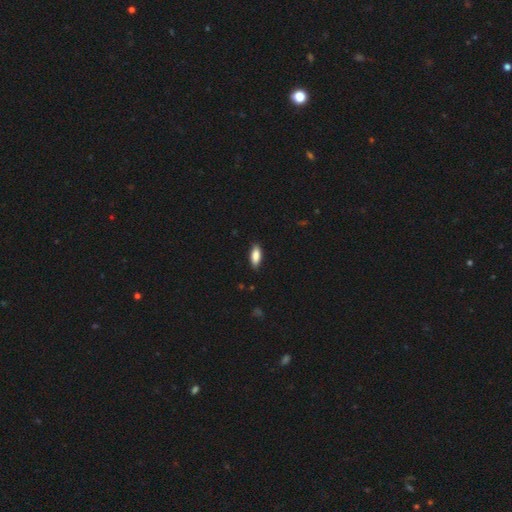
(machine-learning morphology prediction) A smooth galaxy with no disk features (86%) that is in between round and cigar-shaped (78%). Merging: none (85%).